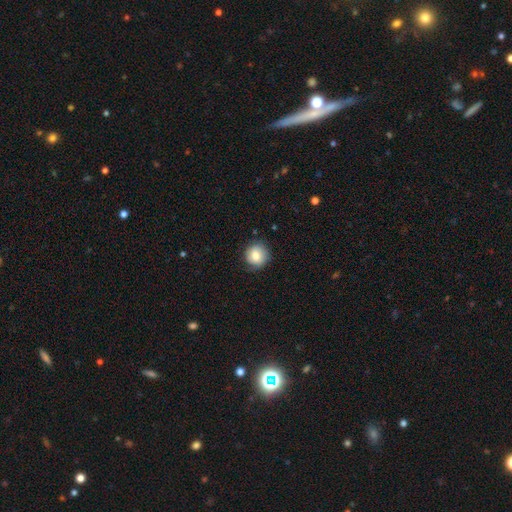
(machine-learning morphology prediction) This is likely a smooth galaxy (78%). How rounded: clearly round (89%). Merging: likely none (77%).